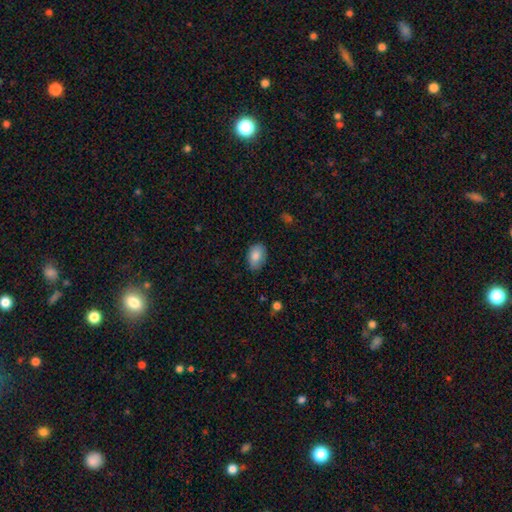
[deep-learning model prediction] A smooth galaxy with no disk features (84%) that is in between round and cigar-shaped (88%).

Vote fractions:
- Smooth or featured? smooth: 84% / featured or disk: 9% / star or artifact: 7%
- How rounded? in between: 88% / round: 11% / cigar-shaped: 1%
- Merging? none: 77% / minor disturbance: 19% / major disturbance: 3% / merger: 1%